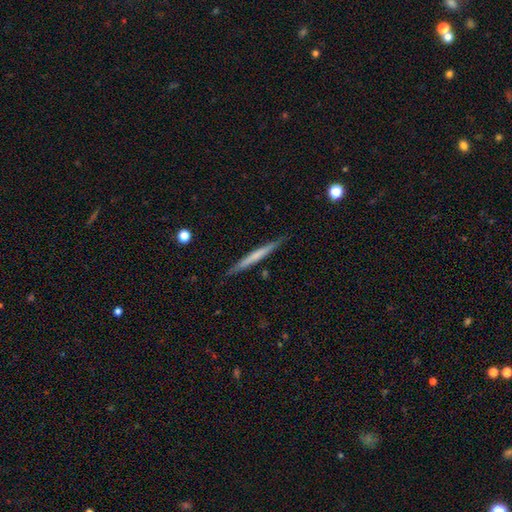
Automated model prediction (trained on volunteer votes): A featured or disk galaxy (48%).

Vote fractions:
- Smooth or featured? featured or disk: 48% / smooth: 47% / star or artifact: 5%
- Merging? none: 89% / minor disturbance: 8% / major disturbance: 1% / merger: 1%